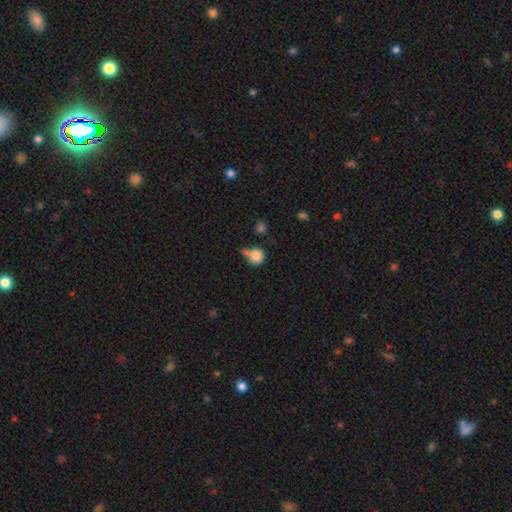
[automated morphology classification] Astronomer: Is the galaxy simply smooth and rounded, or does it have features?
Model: smooth — 82%.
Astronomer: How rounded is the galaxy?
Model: round — 80%.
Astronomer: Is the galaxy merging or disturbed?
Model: none — 39% (runner-up: merger, 25%).